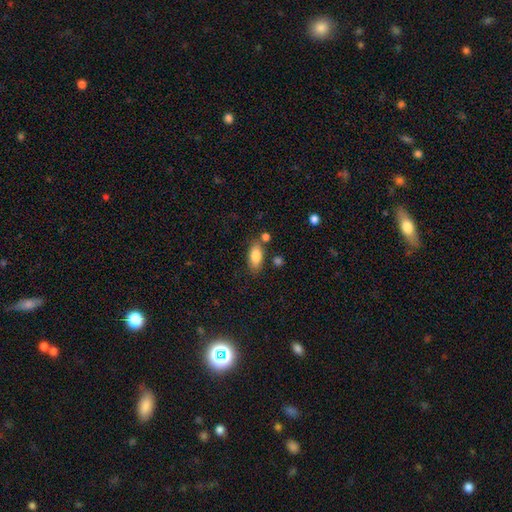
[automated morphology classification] smooth-or-featured: smooth: 83% | featured or disk: 10% | star or artifact: 7%
  how-rounded: in between: 86% | cigar-shaped: 10% | round: 4%
  merging: none: 74% | minor disturbance: 14% | merger: 8% | major disturbance: 4%